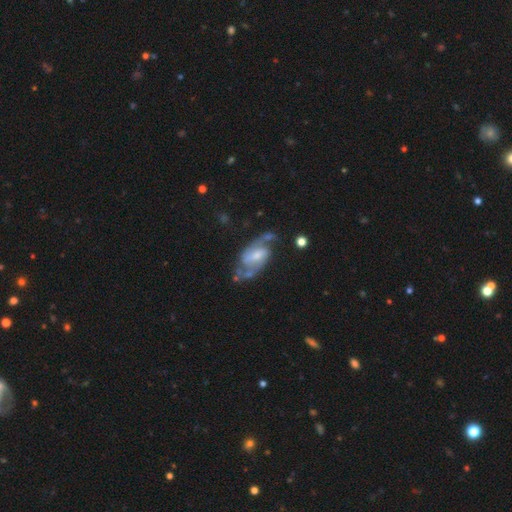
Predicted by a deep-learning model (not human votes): smooth_or_featured: featured or disk (p=0.86) [alt: smooth p=0.09]
disk_edge_on: no (p=0.97) [alt: yes p=0.03]
bar: weak (p=0.51) [alt: strong p=0.25]
has_spiral_arms: yes (p=0.95) [alt: no p=0.05]
spiral_winding: medium (p=0.51) [alt: loose p=0.33]
spiral_arm_count: 2 (p=0.89) [alt: can't tell p=0.04]
bulge_size: small (p=0.40) [tied with: moderate p=0.40]
merging: none (p=0.61) [alt: minor disturbance p=0.20]